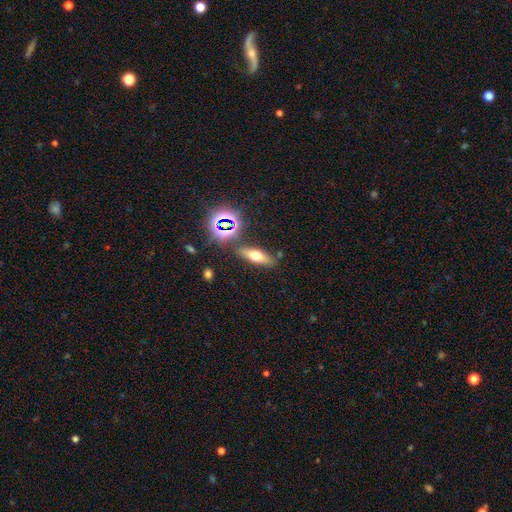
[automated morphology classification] Smooth or featured? Predicted: smooth (p=0.54). How rounded? Predicted: in between (p=0.48). Merging? Predicted: none (p=0.80).